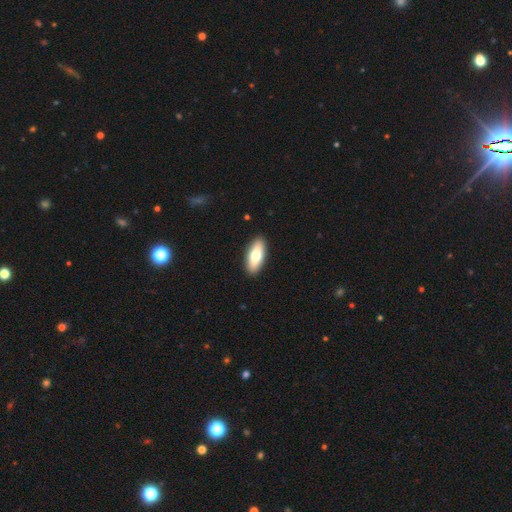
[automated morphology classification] Smooth or featured? Predicted: smooth (p=0.73). How rounded? Predicted: in between (p=0.82). Merging? Predicted: none (p=0.91).